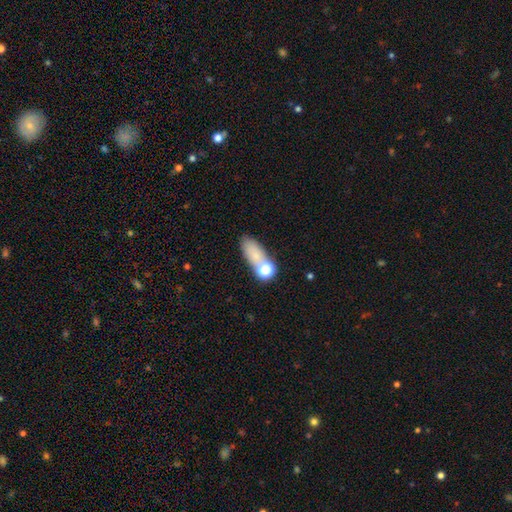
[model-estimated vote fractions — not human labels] smooth_or_featured: smooth (p=0.72) [alt: star or artifact p=0.14]
how_rounded: in between (p=0.66) [alt: cigar-shaped p=0.21]
merging: none (p=0.56) [alt: merger p=0.23]